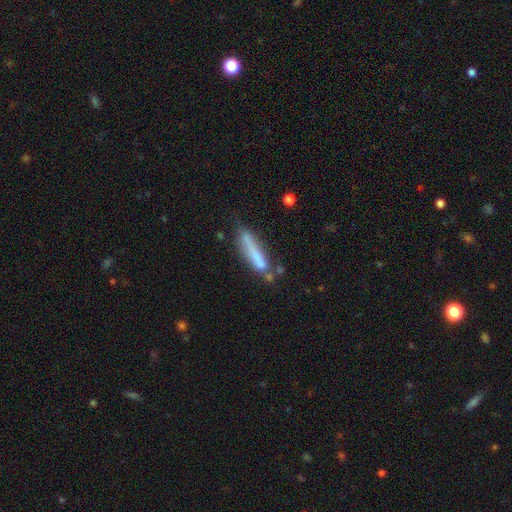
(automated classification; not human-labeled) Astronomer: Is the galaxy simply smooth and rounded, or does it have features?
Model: smooth — 64%.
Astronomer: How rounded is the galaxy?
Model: cigar-shaped — 85%.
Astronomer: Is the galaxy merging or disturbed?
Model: none — 49% (runner-up: minor disturbance, 25%).